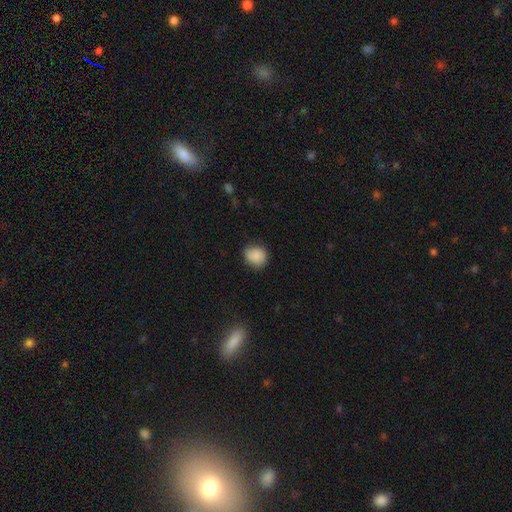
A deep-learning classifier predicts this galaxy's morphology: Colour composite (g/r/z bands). It shows a smooth galaxy with no disk features (86%) that is round (75%). Merging: none (77%).